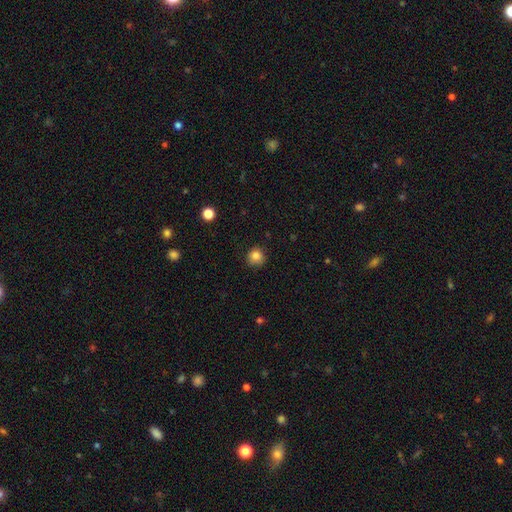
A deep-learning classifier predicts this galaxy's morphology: Q: Smooth or featured?
A: smooth (83%); runner-up: star or artifact (11%)
Q: How rounded?
A: round (93%); runner-up: in between (6%)
Q: Merging?
A: none (88%); runner-up: minor disturbance (9%)